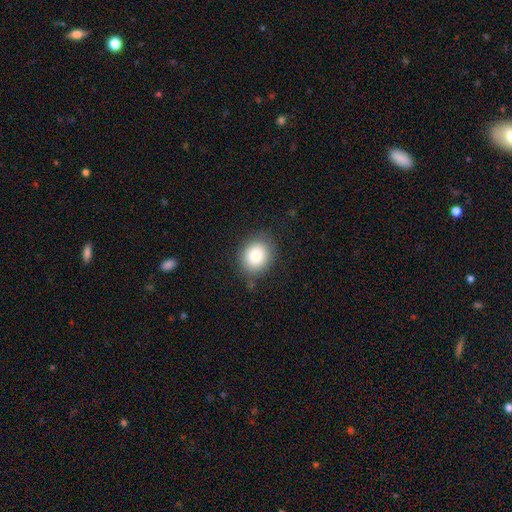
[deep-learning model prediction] The model was most divided on "how rounded": round: 67%, in between: 32%, cigar-shaped: 1%. More confident: smooth or featured — smooth (82%); merging — none (80%).